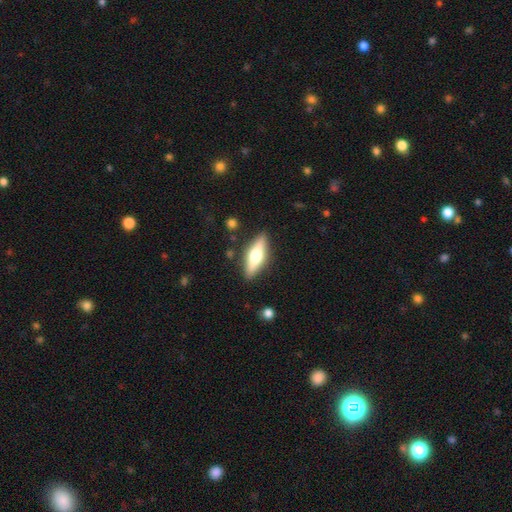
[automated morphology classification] Smooth or featured: featured or disk — 49% (smooth — 45%)
Merging: none — 87% (minor disturbance — 9%)